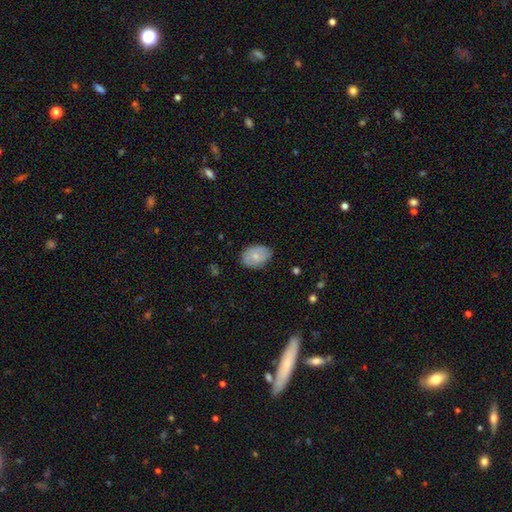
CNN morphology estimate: The model was most divided on "smooth or featured": smooth: 68%, featured or disk: 25%, star or artifact: 6%. More confident: how rounded — in between (77%); merging — none (75%).